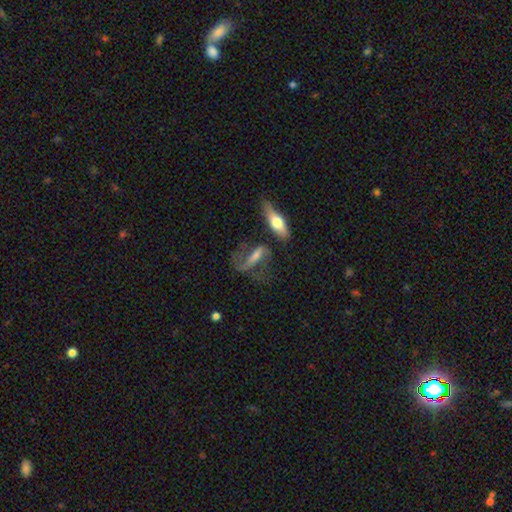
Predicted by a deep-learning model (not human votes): This is likely a featured or disk galaxy (61%). It is likely not viewed edge-on (65%). Merging: marginally none (44%).